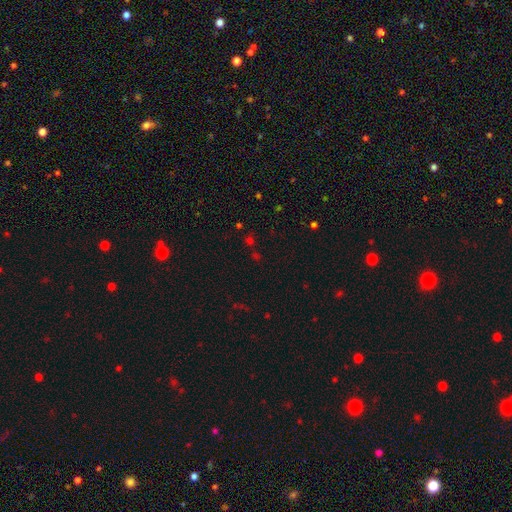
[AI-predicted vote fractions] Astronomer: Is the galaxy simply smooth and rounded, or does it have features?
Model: star or artifact — 56% (runner-up: smooth, 36%).